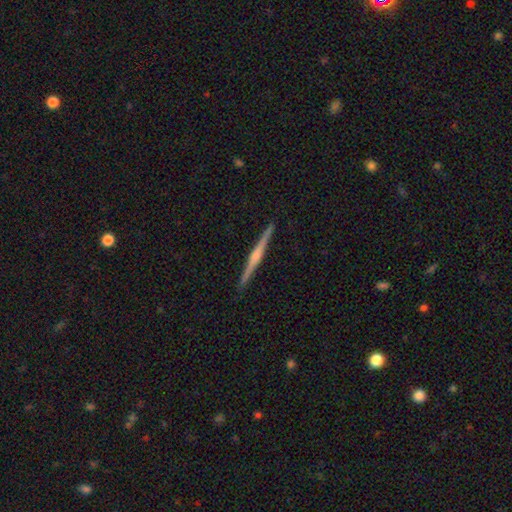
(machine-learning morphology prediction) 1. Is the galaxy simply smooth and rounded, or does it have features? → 76% featured or disk, 18% smooth, 7% star or artifact.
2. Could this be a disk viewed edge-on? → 98% yes, 2% no.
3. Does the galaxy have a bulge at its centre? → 72% rounded, 20% none, 8% boxy.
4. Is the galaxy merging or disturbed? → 92% none, 6% minor disturbance, 1% major disturbance, 1% merger.